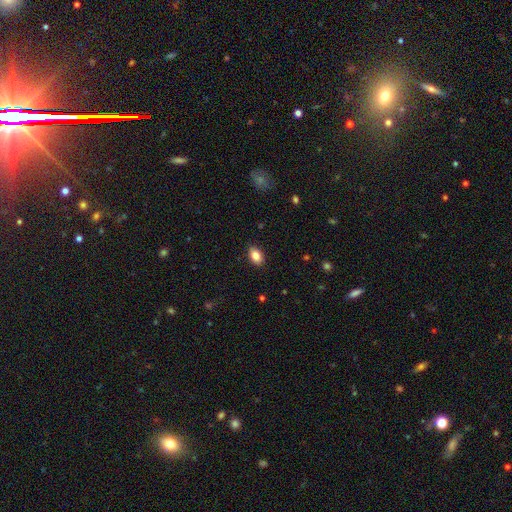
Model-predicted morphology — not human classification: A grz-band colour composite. It shows a smooth galaxy with no disk features (85%) that is in between round and cigar-shaped (87%). Merging: none (88%).